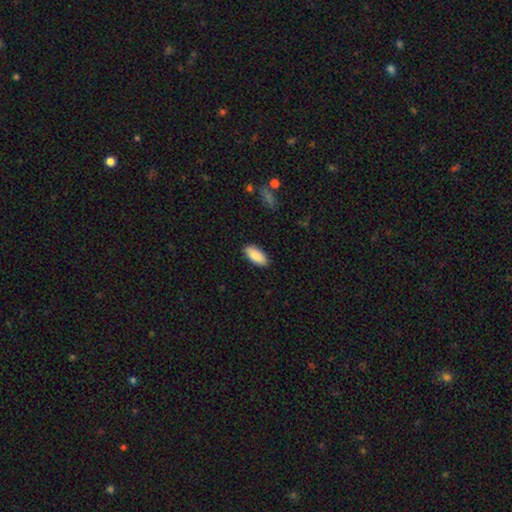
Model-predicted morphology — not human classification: Smooth or featured?
  - smooth: 89% *
  - star or artifact: 6%
  - featured or disk: 5%
How rounded?
  - in between: 88% *
  - cigar-shaped: 10%
  - round: 2%
Merging?
  - none: 88% *
  - minor disturbance: 9%
  - major disturbance: 2%
  - merger: 1%